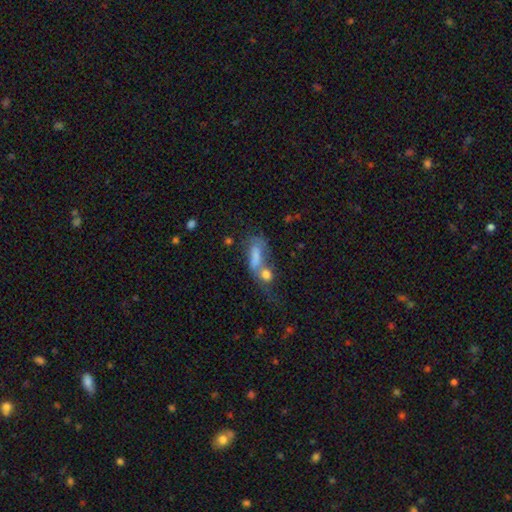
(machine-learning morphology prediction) smooth 62%, featured or disk 26%, star or artifact 12%. Down the decision tree: how rounded — in between (71%); merging — merger (62%).